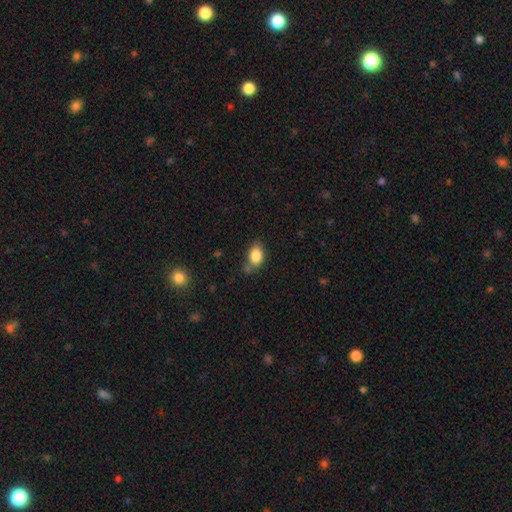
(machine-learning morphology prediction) Smooth or featured?
  - smooth: 85% *
  - star or artifact: 8%
  - featured or disk: 6%
How rounded?
  - in between: 84% *
  - round: 14%
  - cigar-shaped: 2%
Merging?
  - none: 62% *
  - minor disturbance: 23%
  - merger: 10%
  - major disturbance: 6%